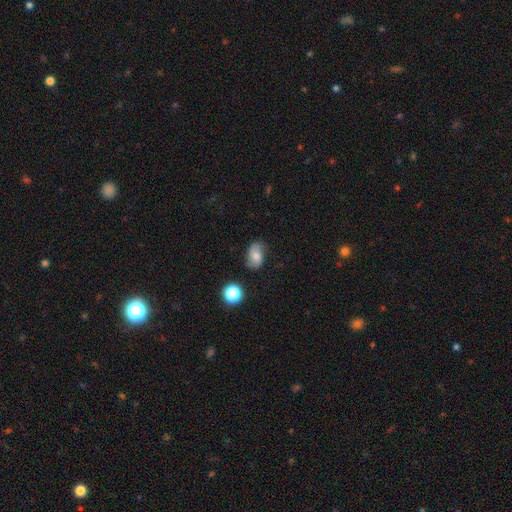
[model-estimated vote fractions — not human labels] A smooth galaxy with no disk features (64%) that is in between round and cigar-shaped (82%). Merging: none (70%).